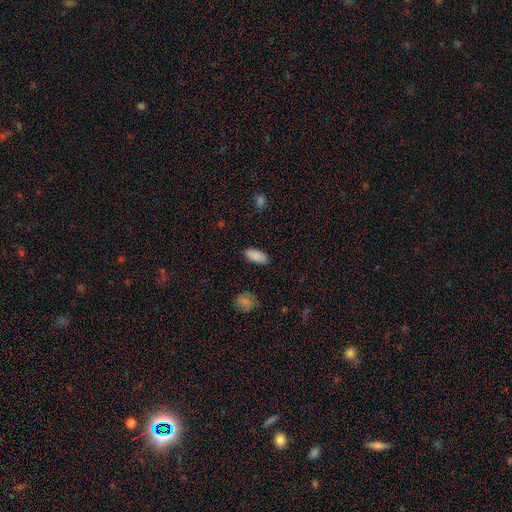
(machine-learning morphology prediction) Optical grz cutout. It shows a smooth galaxy with no disk features (88%) that is in between round and cigar-shaped (89%). Merging: none (85%).